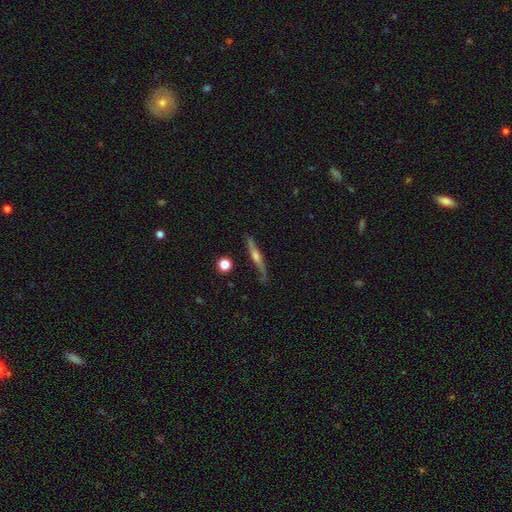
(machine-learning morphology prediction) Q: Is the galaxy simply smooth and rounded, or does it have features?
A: featured or disk — 71%.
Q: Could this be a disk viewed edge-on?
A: yes — 94%.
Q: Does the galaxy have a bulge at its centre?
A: rounded — 81%.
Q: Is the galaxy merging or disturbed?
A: none — 79%.